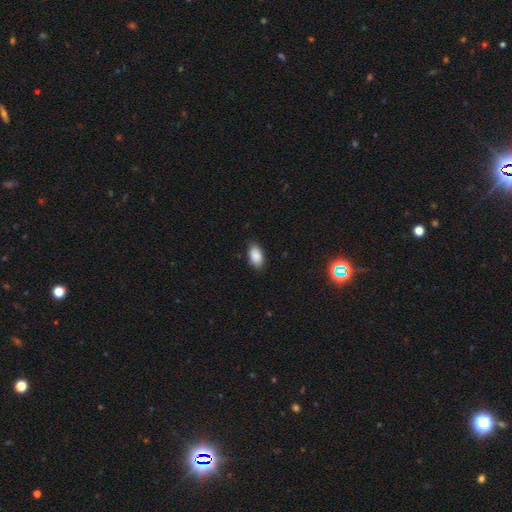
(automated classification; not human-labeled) The model was most divided on "merging": none: 85%, minor disturbance: 12%, major disturbance: 2%, merger: 1%. More confident: how rounded — in between (93%); smooth or featured — smooth (89%).